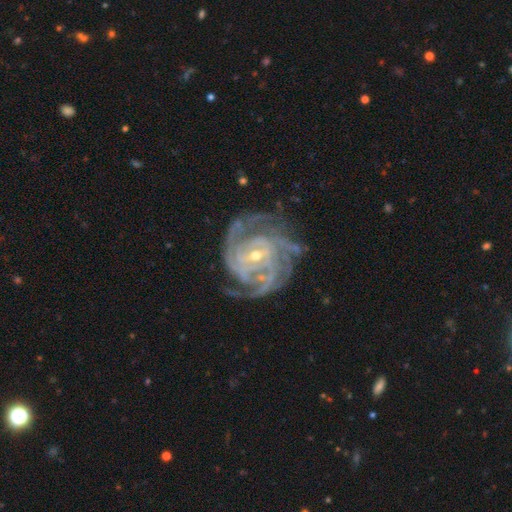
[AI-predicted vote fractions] Smooth or featured? featured or disk (92%)
Edge-on disk? no (98%)
Bar? weak (45%)
Spiral arms? yes (98%)
Spiral winding? tight (69%)
Spiral arm count? 4 (30%)
Bulge size? small (63%)
Merging? none (69%)